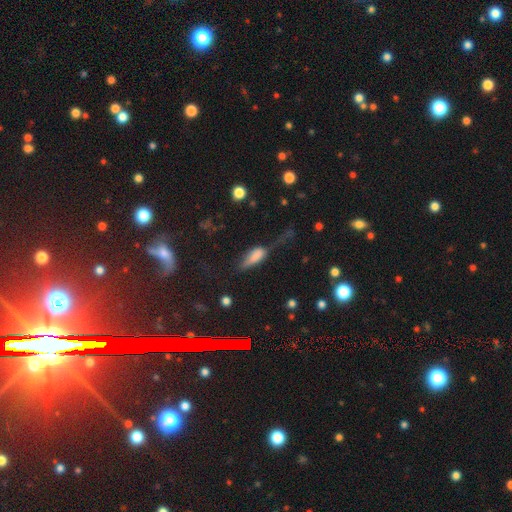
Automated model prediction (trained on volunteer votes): The model was most divided on "merging": major disturbance: 40%, minor disturbance: 28%, none: 26%, merger: 6%. More confident: how rounded — in between (69%); smooth or featured — smooth (67%).